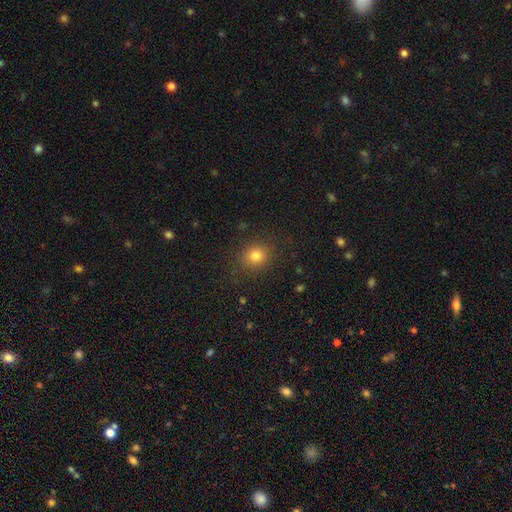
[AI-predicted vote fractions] Overall: smooth (80%). How rounded: round (80%). Merging: none (87%).